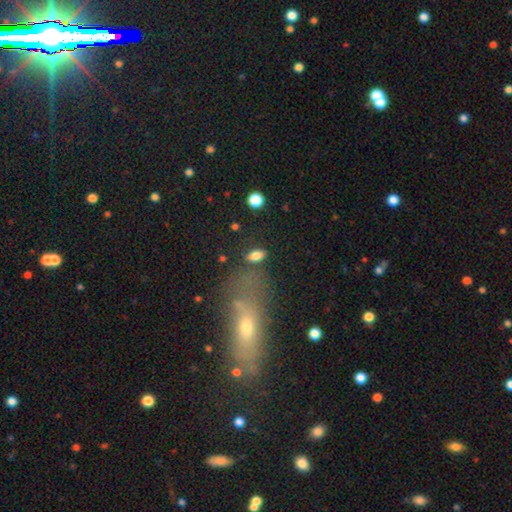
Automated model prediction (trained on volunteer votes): Smooth or featured?
  - smooth: 79% *
  - featured or disk: 11%
  - star or artifact: 10%
How rounded?
  - in between: 85% *
  - round: 8%
  - cigar-shaped: 6%
Merging?
  - none: 75% *
  - minor disturbance: 13%
  - major disturbance: 6%
  - merger: 6%